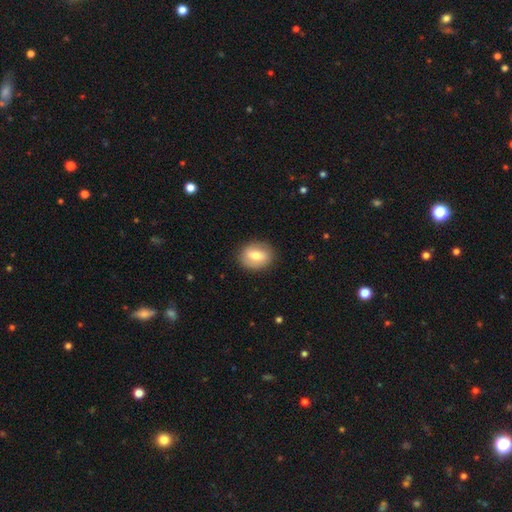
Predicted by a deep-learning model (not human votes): Morphology: type=smooth (65%); roundness=round (50%); merging=none (86%).